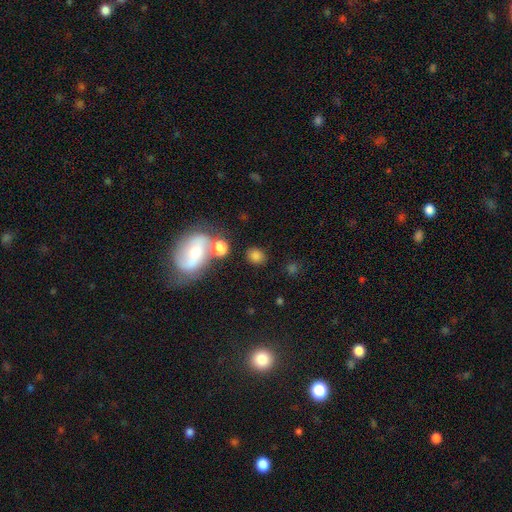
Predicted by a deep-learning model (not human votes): Q: Smooth or featured?
A: smooth (78%); runner-up: star or artifact (13%)
Q: How rounded?
A: round (59%); runner-up: in between (39%)
Q: Merging?
A: none (71%); runner-up: minor disturbance (12%)